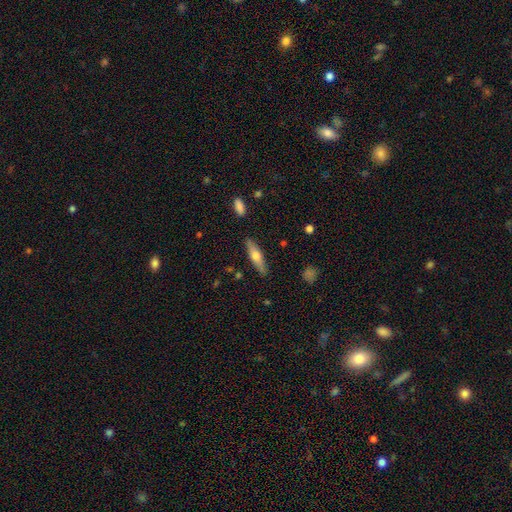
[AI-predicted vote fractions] smooth-or-featured: smooth: 51% | featured or disk: 43% | star or artifact: 6%
  how-rounded: cigar-shaped: 71% | in between: 26% | round: 2%
  merging: none: 87% | minor disturbance: 9% | major disturbance: 2% | merger: 2%